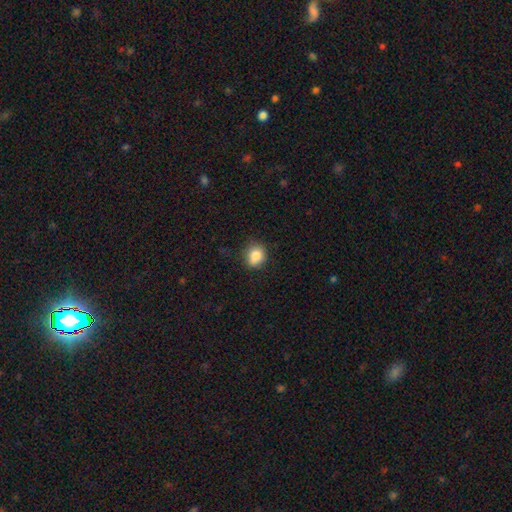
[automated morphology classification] Overall: smooth (83%). How rounded: round (72%). Merging: none (68%).